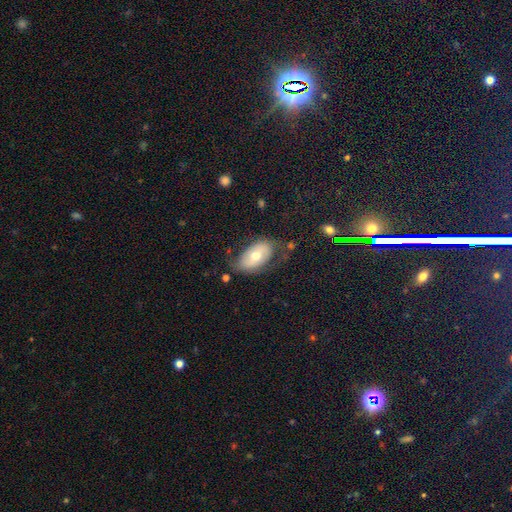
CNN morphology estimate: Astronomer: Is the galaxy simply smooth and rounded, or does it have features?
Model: smooth — 53% (runner-up: featured or disk, 40%).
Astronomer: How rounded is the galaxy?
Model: in between — 92%.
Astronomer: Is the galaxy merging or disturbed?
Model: none — 57%.